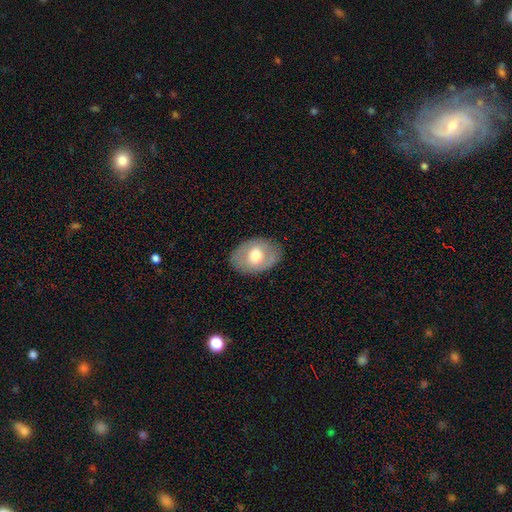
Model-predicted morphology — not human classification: type=smooth (59%); roundness=in between (78%); merging=none (81%).